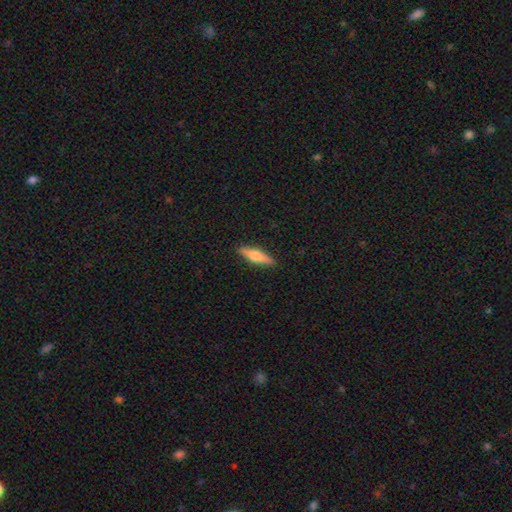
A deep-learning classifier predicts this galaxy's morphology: smooth-or-featured: smooth: 48% | featured or disk: 46% | star or artifact: 6%
  merging: none: 90% | minor disturbance: 7% | major disturbance: 2% | merger: 1%